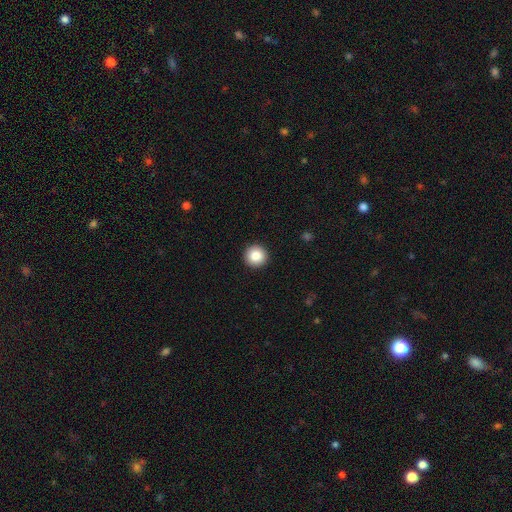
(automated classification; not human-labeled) Q: Smooth or featured?
A: smooth (84%); runner-up: star or artifact (9%)
Q: How rounded?
A: round (96%); runner-up: in between (3%)
Q: Merging?
A: none (94%); runner-up: minor disturbance (4%)